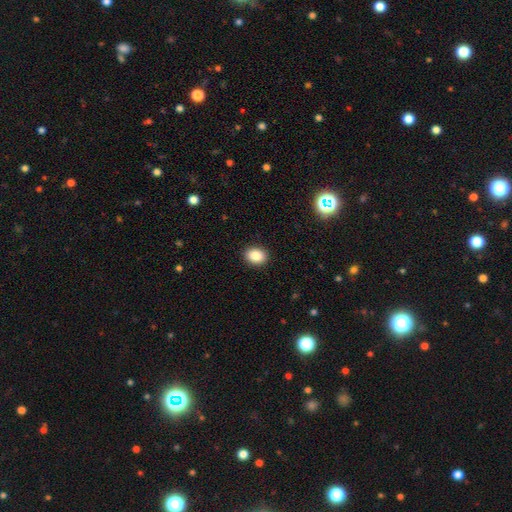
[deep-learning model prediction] smooth-or-featured: smooth: 87% | star or artifact: 9% | featured or disk: 4%
  how-rounded: in between: 60% | round: 39% | cigar-shaped: 1%
  merging: none: 91% | minor disturbance: 6% | major disturbance: 2% | merger: 1%